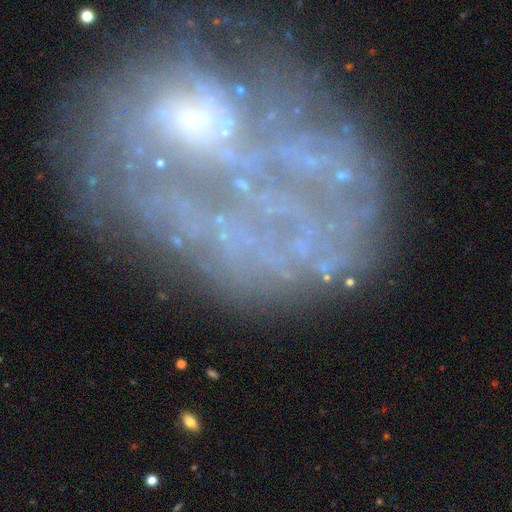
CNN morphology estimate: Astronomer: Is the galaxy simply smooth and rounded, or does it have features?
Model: featured or disk — 68%.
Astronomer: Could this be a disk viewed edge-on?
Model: no — 97%.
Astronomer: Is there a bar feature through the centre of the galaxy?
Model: no — 77%.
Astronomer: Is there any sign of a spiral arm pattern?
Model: no — 54% (runner-up: yes, 46%).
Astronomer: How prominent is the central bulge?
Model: none — 48% (runner-up: small, 26%).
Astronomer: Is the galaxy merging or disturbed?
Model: major disturbance — 36% (runner-up: none, 34%).